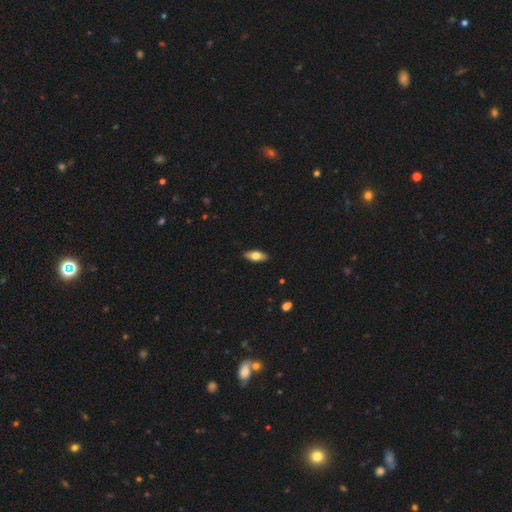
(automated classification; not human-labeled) A smooth galaxy with no disk features (68%) that is in between round and cigar-shaped (78%). Merging: none (89%).